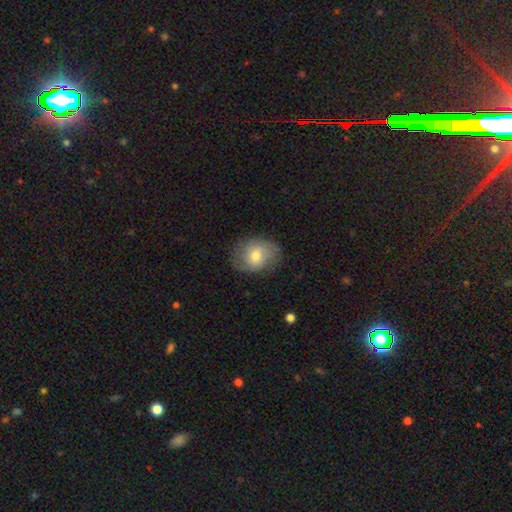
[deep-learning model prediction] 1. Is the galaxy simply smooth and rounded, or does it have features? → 68% smooth, 24% featured or disk, 8% star or artifact.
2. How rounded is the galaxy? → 54% in between, 45% round, 1% cigar-shaped.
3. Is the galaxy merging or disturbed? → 71% none, 21% minor disturbance, 7% major disturbance, 1% merger.